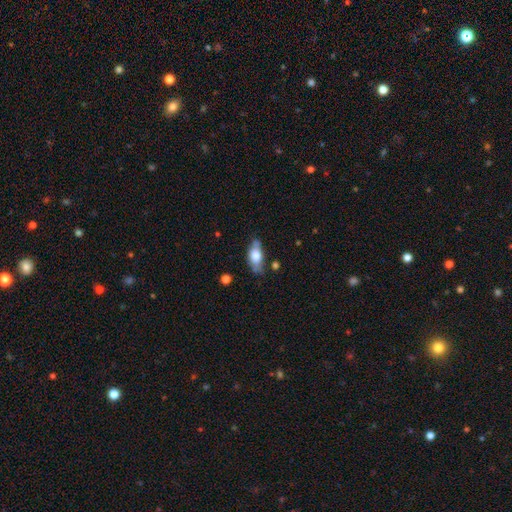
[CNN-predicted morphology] This appears to be a smooth galaxy with no disk features (67%) that is in between round and cigar-shaped (84%). Merging: none (61%).